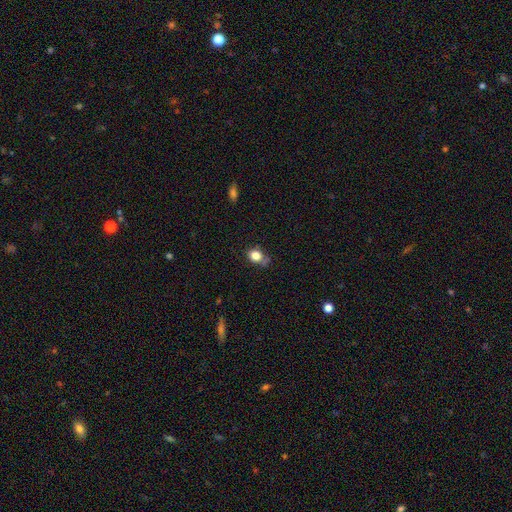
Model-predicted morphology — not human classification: smooth_or_featured: smooth (p=0.82) [alt: star or artifact p=0.11]
how_rounded: round (p=0.55) [alt: in between p=0.44]
merging: none (p=0.58) [alt: minor disturbance p=0.27]